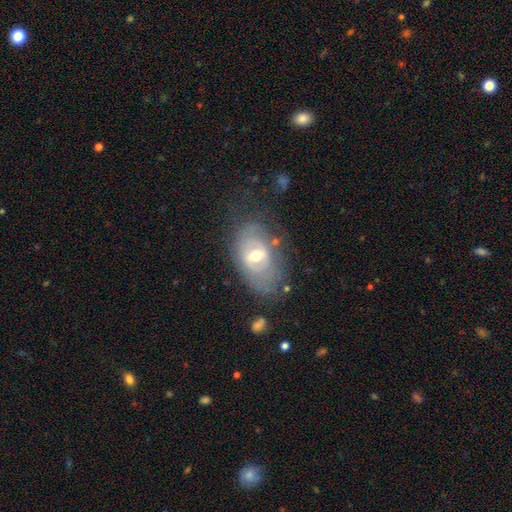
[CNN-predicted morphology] Smooth or featured?
  - featured or disk: 65% *
  - smooth: 28%
  - star or artifact: 8%
Edge-on disk?
  - no: 92% *
  - yes: 8%
Bar?
  - weak: 48% *
  - no: 36%
  - strong: 15%
Spiral arms?
  - yes: 56% *
  - no: 44%
Bulge size?
  - moderate: 66% *
  - small: 27%
  - large: 5%
  - none: 1%
  - dominant: 1%
Merging?
  - none: 59% *
  - minor disturbance: 25%
  - major disturbance: 13%
  - merger: 3%